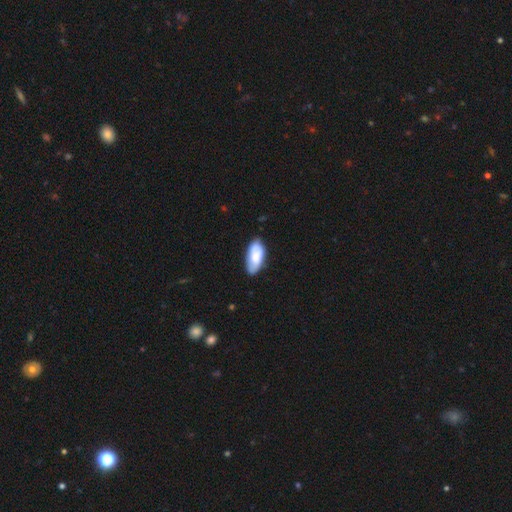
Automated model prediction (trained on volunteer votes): Smooth or featured? Predicted: smooth (p=0.76). How rounded? Predicted: in between (p=0.90). Merging? Predicted: none (p=0.75).